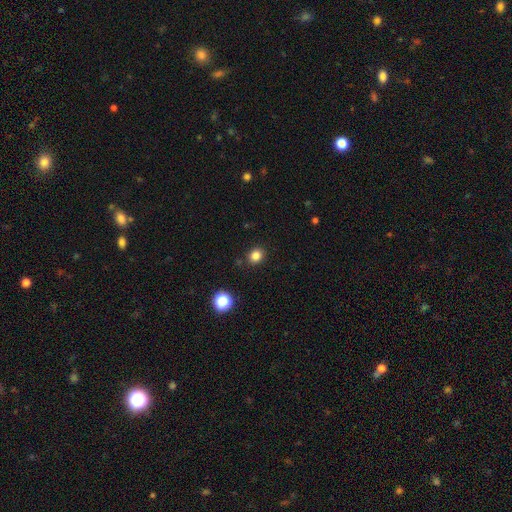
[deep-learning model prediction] smooth-or-featured: smooth: 83% | star or artifact: 13% | featured or disk: 4%
  how-rounded: round: 72% | in between: 27% | cigar-shaped: 1%
  merging: none: 88% | minor disturbance: 8% | merger: 2% | major disturbance: 2%